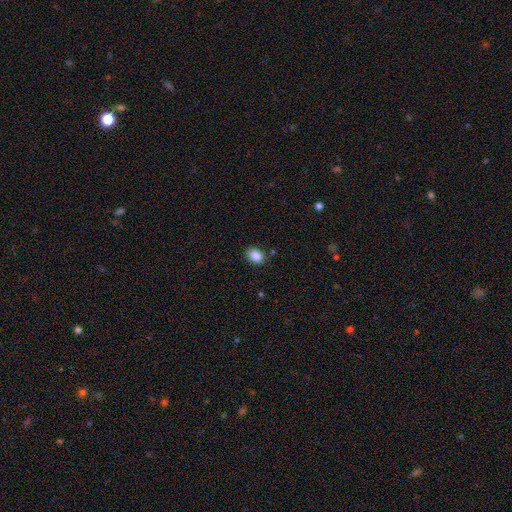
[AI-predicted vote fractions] Smooth or featured? smooth (86%)
How rounded? in between (69%)
Merging? none (82%)